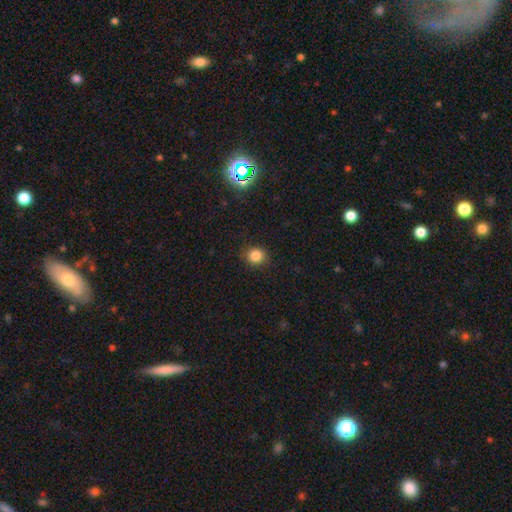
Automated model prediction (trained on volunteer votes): Smooth or featured? smooth (83%)
How rounded? round (80%)
Merging? none (87%)